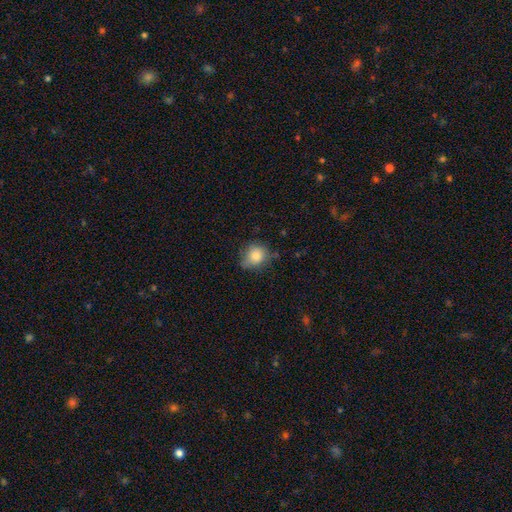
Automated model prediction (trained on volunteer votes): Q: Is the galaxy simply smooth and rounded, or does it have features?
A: smooth — 81%.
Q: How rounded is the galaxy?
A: round — 74%.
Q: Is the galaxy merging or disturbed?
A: none — 61%.